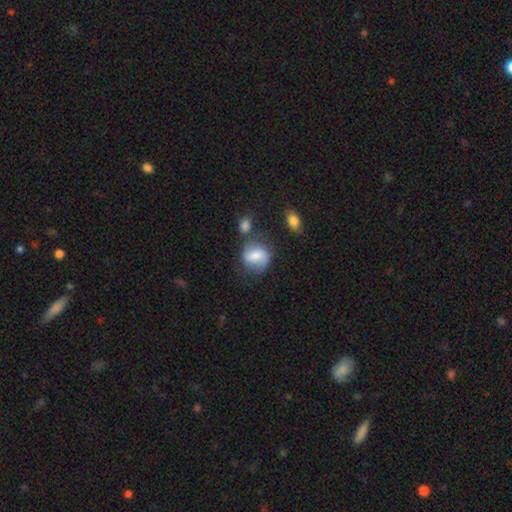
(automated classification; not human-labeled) Smooth or featured?
  - smooth: 60% *
  - featured or disk: 32%
  - star or artifact: 8%
How rounded?
  - round: 53% *
  - in between: 46%
  - cigar-shaped: 2%
Merging?
  - none: 54% *
  - minor disturbance: 22%
  - merger: 14%
  - major disturbance: 10%